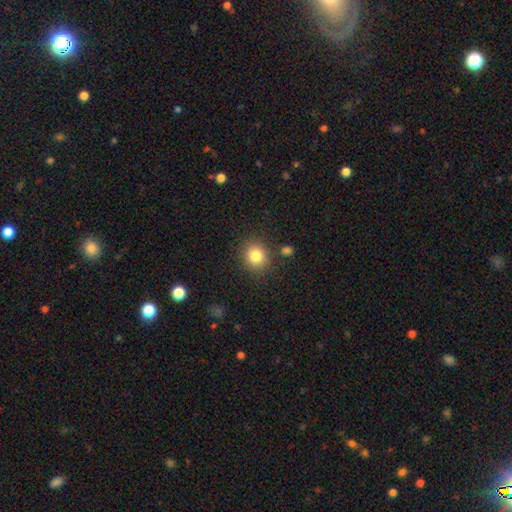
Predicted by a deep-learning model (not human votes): Q: Smooth or featured?
A: smooth (83%); runner-up: star or artifact (11%)
Q: How rounded?
A: round (80%); runner-up: in between (19%)
Q: Merging?
A: none (84%); runner-up: minor disturbance (9%)